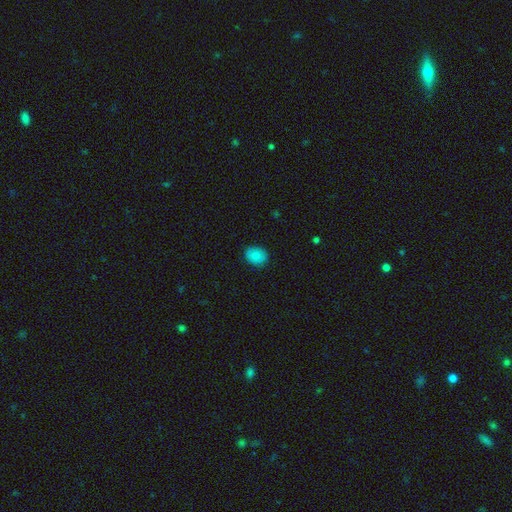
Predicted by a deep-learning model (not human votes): smooth_or_featured: smooth (p=0.77) [alt: featured or disk p=0.15]
how_rounded: round (p=0.57) [alt: in between p=0.42]
merging: none (p=0.88) [alt: minor disturbance p=0.10]